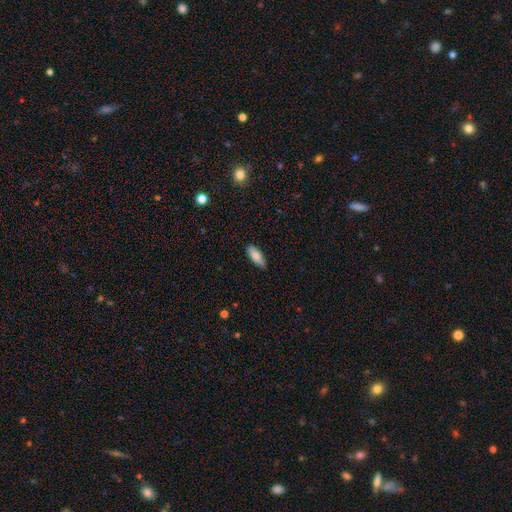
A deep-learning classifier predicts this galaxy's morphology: type=smooth (83%); roundness=in between (72%); merging=none (82%).